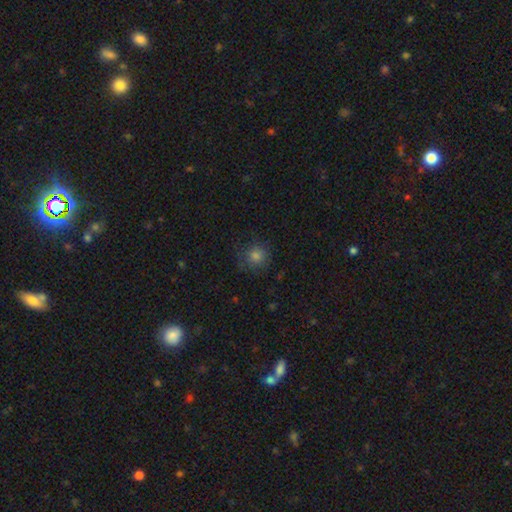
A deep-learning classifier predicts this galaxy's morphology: smooth_or_featured: smooth (p=0.78) [alt: star or artifact p=0.16]
how_rounded: round (p=0.91) [alt: in between p=0.08]
merging: none (p=0.80) [alt: minor disturbance p=0.14]